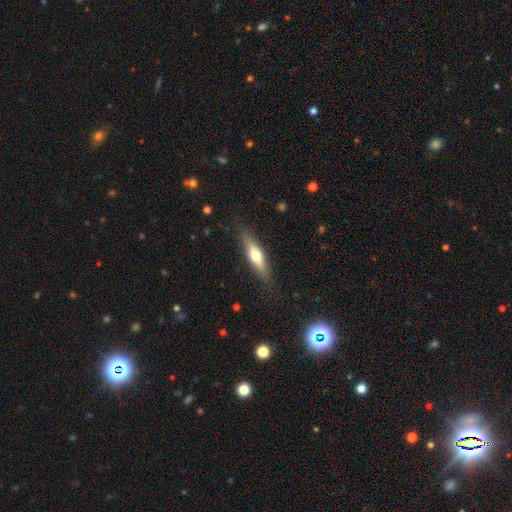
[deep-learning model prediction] Overall: smooth (54%; featured or disk 40%). How rounded: cigar-shaped (69%; in between 29%). Merging: none (84%).